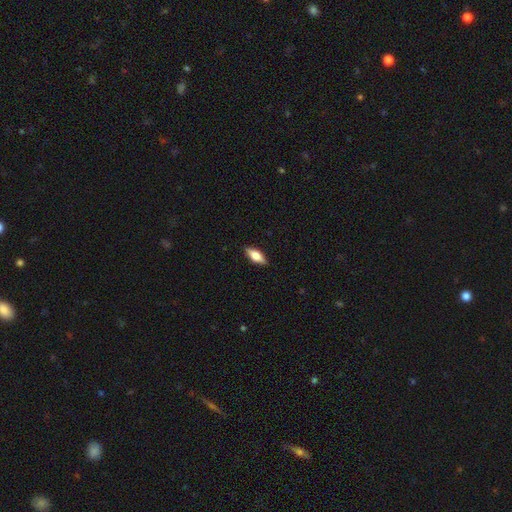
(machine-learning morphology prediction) Smooth or featured? smooth (65%)
How rounded? in between (72%)
Merging? none (88%)